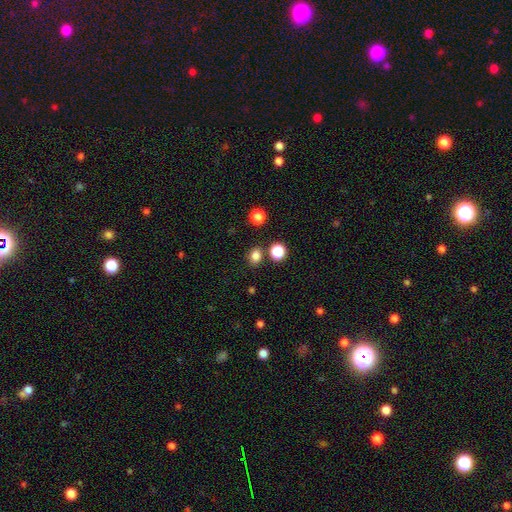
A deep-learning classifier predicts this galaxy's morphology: This is clearly a smooth galaxy (81%). How rounded: possibly round (58%). Merging: clearly none (80%).